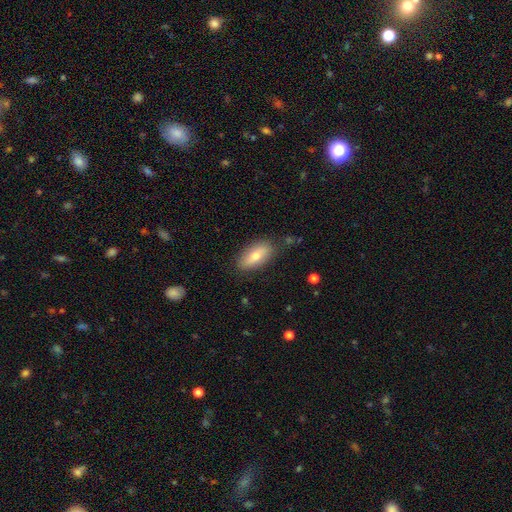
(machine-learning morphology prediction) Overall: smooth (69%). How rounded: in between (83%). Merging: none (83%).